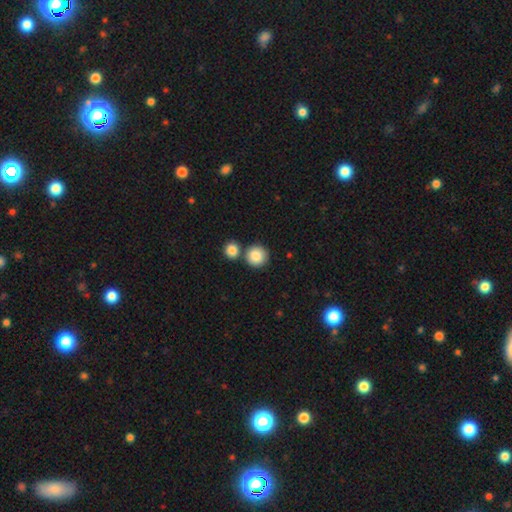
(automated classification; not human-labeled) The model was most divided on "merging": none: 67%, merger: 21%, minor disturbance: 9%, major disturbance: 3%. More confident: how rounded — round (91%); smooth or featured — smooth (87%).